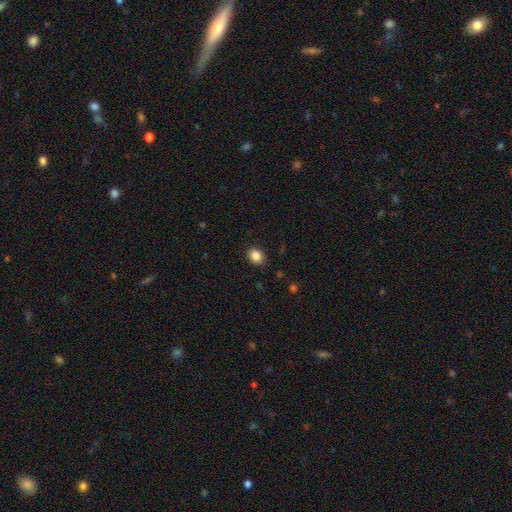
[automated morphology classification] smooth_or_featured: smooth (p=0.86) [alt: star or artifact p=0.10]
how_rounded: round (p=0.52) [alt: in between p=0.47]
merging: none (p=0.88) [alt: minor disturbance p=0.09]